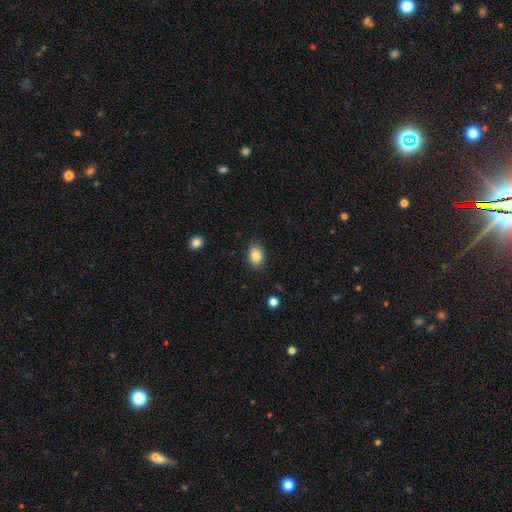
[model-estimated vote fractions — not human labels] smooth-or-featured: smooth: 86% | star or artifact: 8% | featured or disk: 5%
  how-rounded: in between: 79% | round: 20% | cigar-shaped: 1%
  merging: none: 83% | minor disturbance: 13% | major disturbance: 3% | merger: 1%